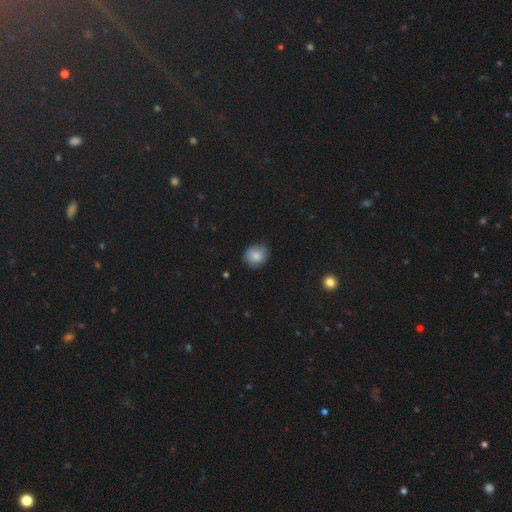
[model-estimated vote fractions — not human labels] Smooth or featured?
  - smooth: 82% *
  - featured or disk: 9%
  - star or artifact: 8%
How rounded?
  - round: 76% *
  - in between: 23%
  - cigar-shaped: 1%
Merging?
  - none: 77% *
  - minor disturbance: 18%
  - major disturbance: 3%
  - merger: 1%